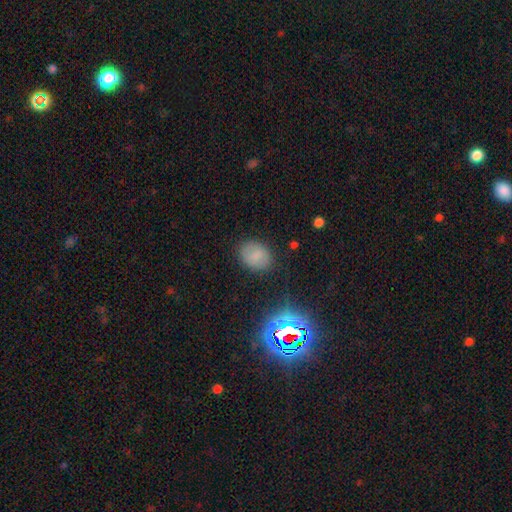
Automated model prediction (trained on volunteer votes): The model was most divided on "how rounded": in between: 60%, round: 39%, cigar-shaped: 1%. More confident: merging — none (83%); smooth or featured — smooth (74%).